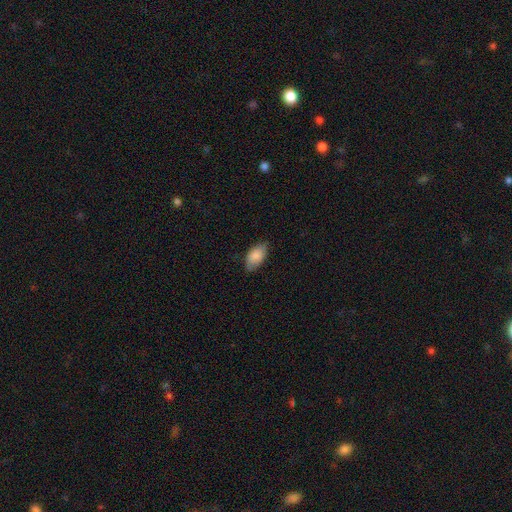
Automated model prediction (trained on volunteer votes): This is clearly a smooth galaxy (85%). How rounded: clearly in between (93%). Merging: likely none (78%).